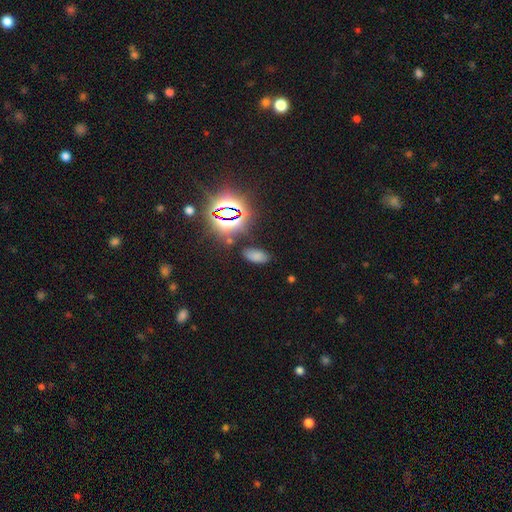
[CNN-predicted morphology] Smooth or featured? smooth (63%)
How rounded? in between (90%)
Merging? none (82%)